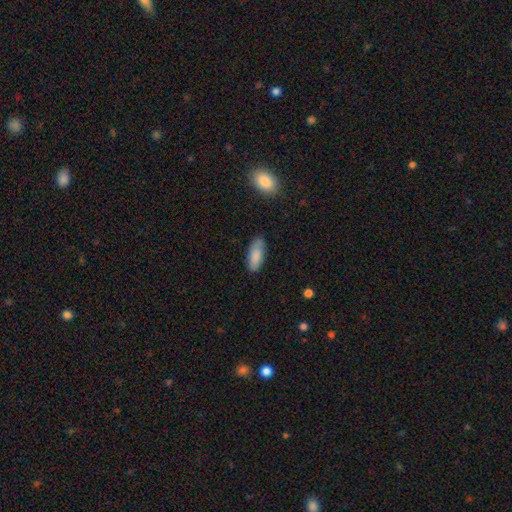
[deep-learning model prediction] A smooth galaxy with no disk features (85%) that is in between round and cigar-shaped (80%).

Vote fractions:
- Smooth or featured? smooth: 85% / featured or disk: 9% / star or artifact: 6%
- How rounded? in between: 80% / cigar-shaped: 18% / round: 2%
- Merging? none: 78% / minor disturbance: 17% / major disturbance: 3% / merger: 2%